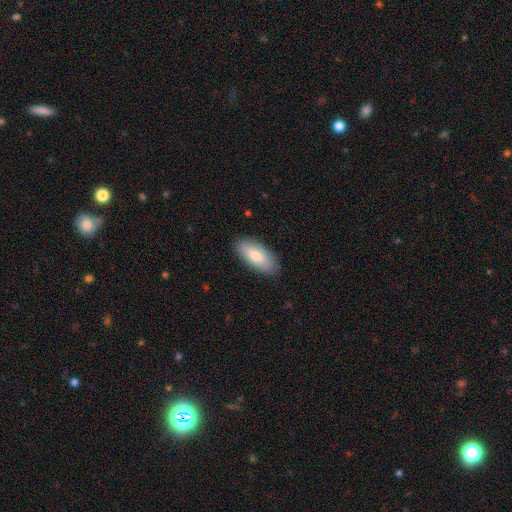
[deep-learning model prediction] Smooth or featured?
  - smooth: 76% *
  - featured or disk: 18%
  - star or artifact: 6%
How rounded?
  - in between: 85% *
  - cigar-shaped: 13%
  - round: 2%
Merging?
  - none: 87% *
  - minor disturbance: 10%
  - major disturbance: 2%
  - merger: 1%